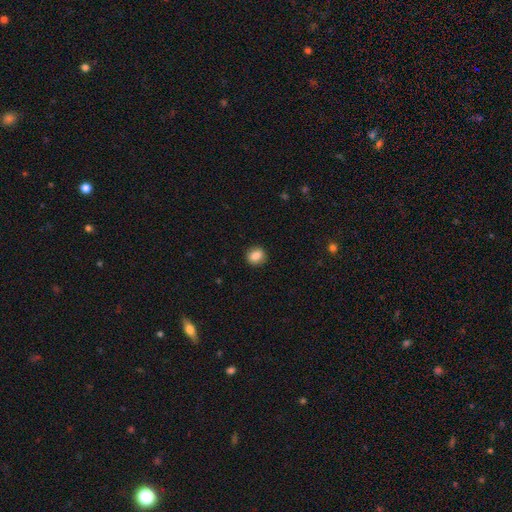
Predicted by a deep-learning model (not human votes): A smooth galaxy with no disk features (86%) that is round (66%).

Vote fractions:
- Smooth or featured? smooth: 86% / star or artifact: 9% / featured or disk: 6%
- How rounded? round: 66% / in between: 33% / cigar-shaped: 1%
- Merging? none: 89% / minor disturbance: 8% / major disturbance: 2% / merger: 1%